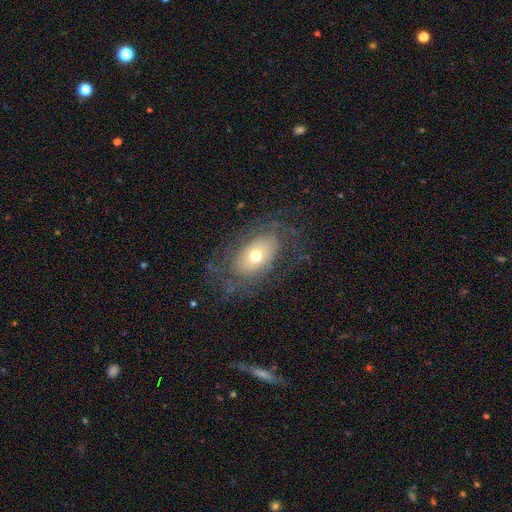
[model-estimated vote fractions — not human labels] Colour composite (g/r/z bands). It shows a featured or disk galaxy (53%). Merging: none (69%).